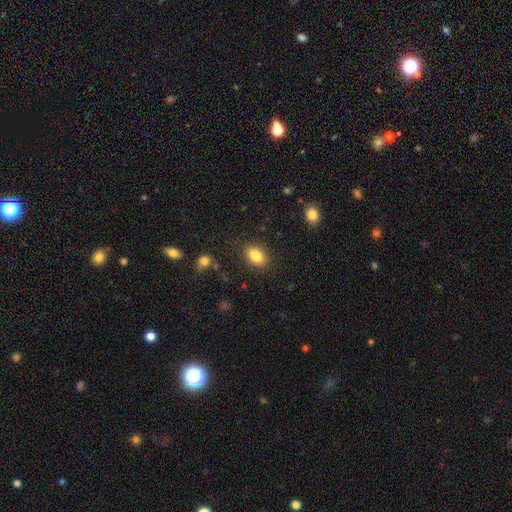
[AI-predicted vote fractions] Smooth or featured? Predicted: smooth (p=0.85). How rounded? Predicted: in between (p=0.85). Merging? Predicted: none (p=0.86).